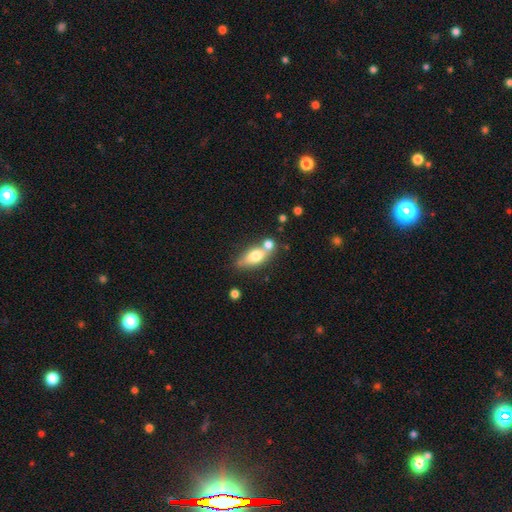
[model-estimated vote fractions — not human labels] smooth 66%, featured or disk 26%, star or artifact 8%. Down the decision tree: how rounded — in between (72%); merging — none (50%).